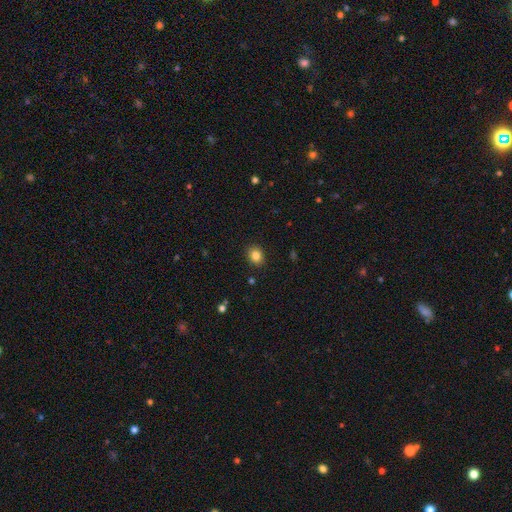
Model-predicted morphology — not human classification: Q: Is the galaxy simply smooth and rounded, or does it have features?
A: smooth — 84%.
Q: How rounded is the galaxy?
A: round — 60%.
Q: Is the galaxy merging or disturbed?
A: none — 90%.